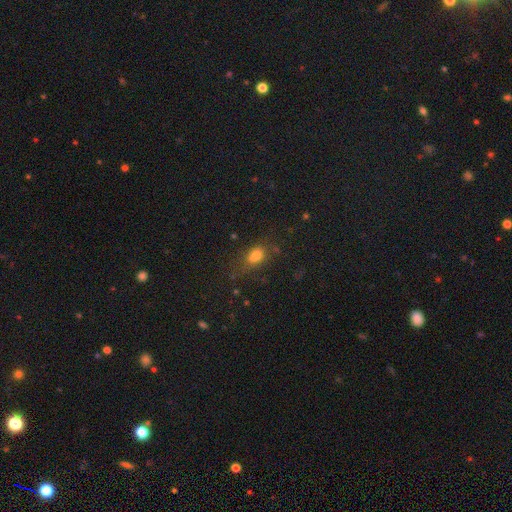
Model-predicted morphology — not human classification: type=smooth (72%); roundness=in between (76%); merging=none (55%).